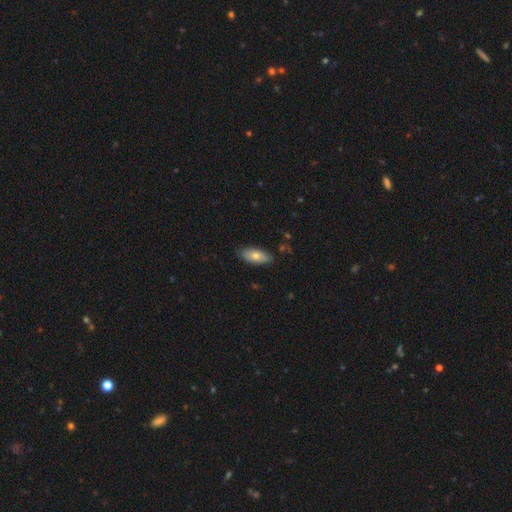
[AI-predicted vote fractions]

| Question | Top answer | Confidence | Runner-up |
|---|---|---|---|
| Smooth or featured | smooth | 72% | featured or disk (21%) |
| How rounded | in between | 85% | cigar-shaped (13%) |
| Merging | none | 84% | minor disturbance (13%) |